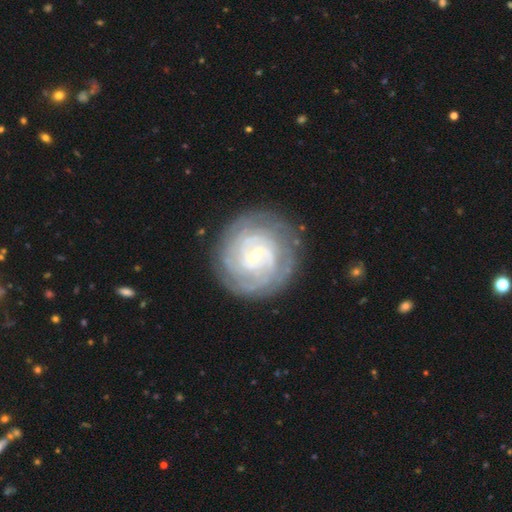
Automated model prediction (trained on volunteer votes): The model was most divided on "bar": weak: 45%, no: 43%, strong: 13%. Remaining: edge-on disk — no (98%); spiral arms — yes (95%); smooth or featured — featured or disk (85%); merging — none (83%); spiral winding — tight (79%); bulge size — small (70%); spiral arm count — can't tell (35%).